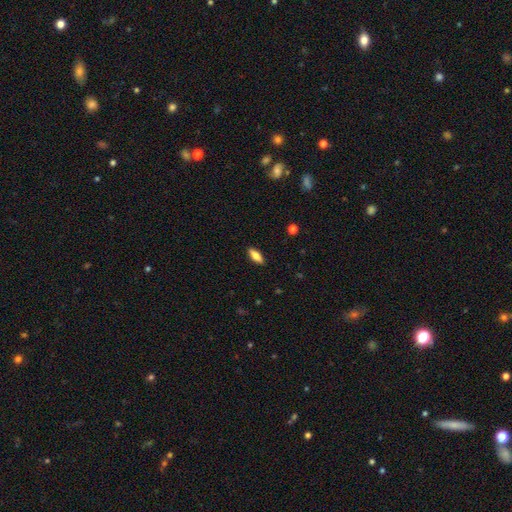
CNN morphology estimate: smooth_or_featured: smooth (p=0.69) [alt: featured or disk p=0.25]
how_rounded: in between (p=0.62) [alt: cigar-shaped p=0.36]
merging: none (p=0.89) [alt: minor disturbance p=0.08]